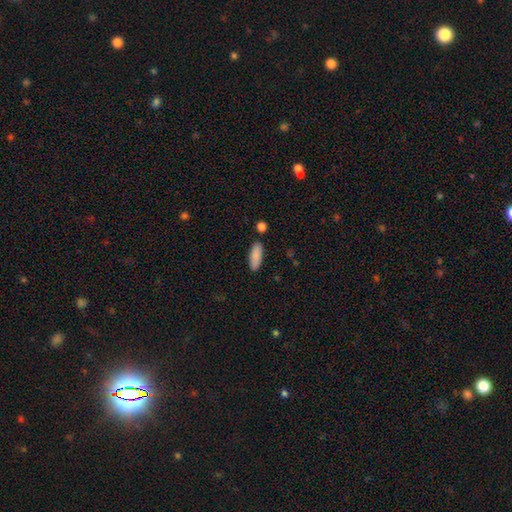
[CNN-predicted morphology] This appears to be a smooth galaxy with no disk features (88%) that is in between round and cigar-shaped (69%). Merging: none (85%).